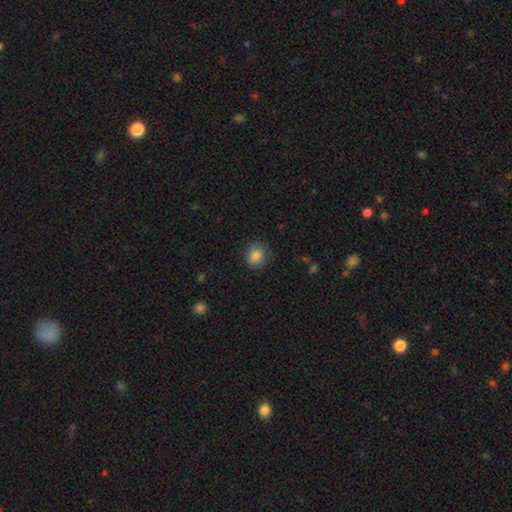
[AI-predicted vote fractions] Morphology: type=smooth (83%); roundness=round (69%); merging=none (81%).